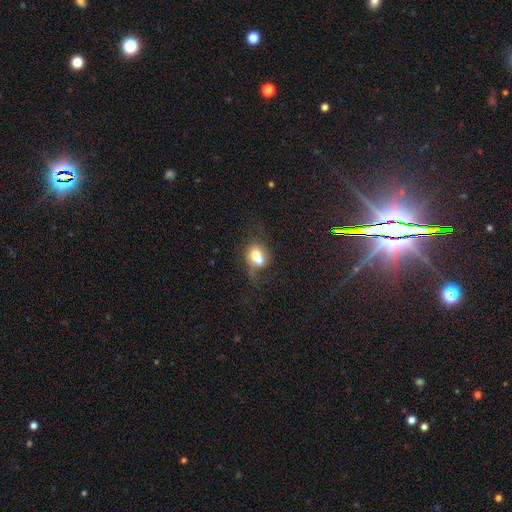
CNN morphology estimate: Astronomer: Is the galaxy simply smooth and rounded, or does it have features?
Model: smooth — 63%.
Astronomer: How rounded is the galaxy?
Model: round — 64%.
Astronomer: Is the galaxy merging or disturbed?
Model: merger — 65%.